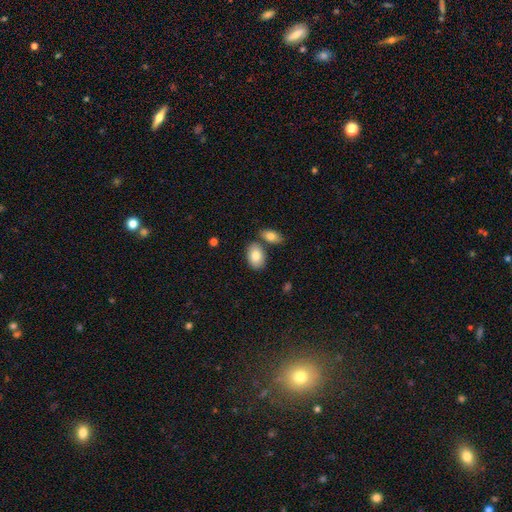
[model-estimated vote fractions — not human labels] A smooth galaxy with no disk features (82%) that is in between round and cigar-shaped (90%).

Vote fractions:
- Smooth or featured? smooth: 82% / featured or disk: 12% / star or artifact: 6%
- How rounded? in between: 90% / round: 9% / cigar-shaped: 1%
- Merging? none: 67% / merger: 19% / minor disturbance: 11% / major disturbance: 3%